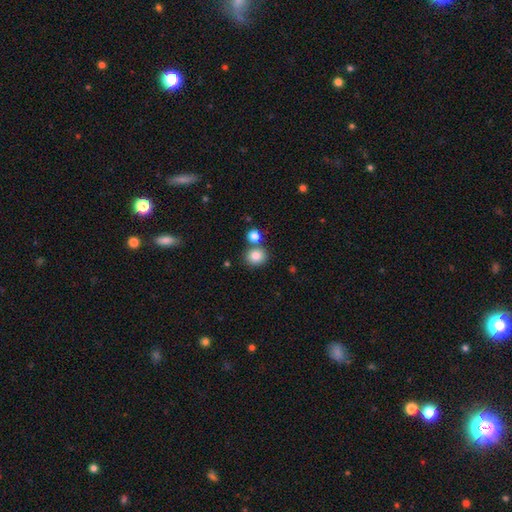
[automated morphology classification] smooth-or-featured: smooth: 83% | star or artifact: 11% | featured or disk: 6%
  how-rounded: round: 80% | in between: 19% | cigar-shaped: 1%
  merging: none: 70% | merger: 19% | minor disturbance: 8% | major disturbance: 3%